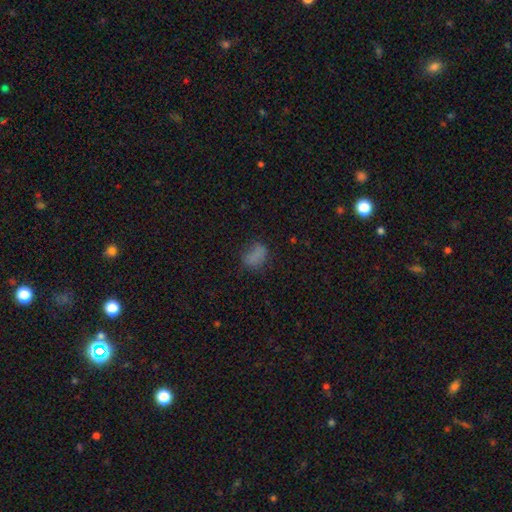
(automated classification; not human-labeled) A smooth galaxy with no disk features (71%) that is in between round and cigar-shaped (72%).

Vote fractions:
- Smooth or featured? smooth: 71% / star or artifact: 18% / featured or disk: 11%
- How rounded? in between: 72% / round: 25% / cigar-shaped: 2%
- Merging? none: 57% / minor disturbance: 26% / major disturbance: 14% / merger: 3%